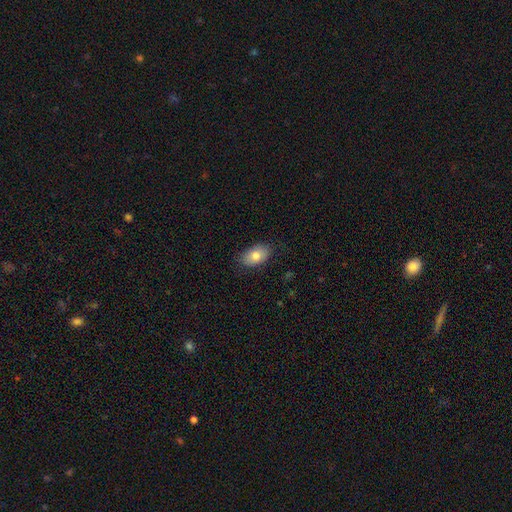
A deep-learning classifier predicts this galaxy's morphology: A smooth galaxy with no disk features (80%) that is in between round and cigar-shaped (90%).

Vote fractions:
- Smooth or featured? smooth: 80% / featured or disk: 12% / star or artifact: 7%
- How rounded? in between: 90% / round: 8% / cigar-shaped: 1%
- Merging? none: 84% / minor disturbance: 13% / major disturbance: 3% / merger: 1%